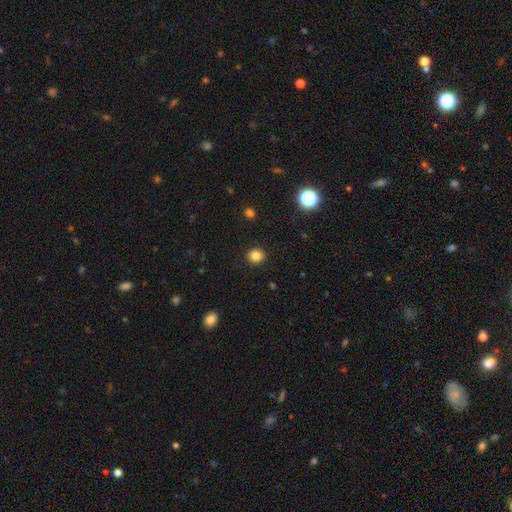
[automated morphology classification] smooth_or_featured: smooth (p=0.82) [alt: star or artifact p=0.12]
how_rounded: round (p=0.86) [alt: in between p=0.13]
merging: none (p=0.92) [alt: minor disturbance p=0.05]